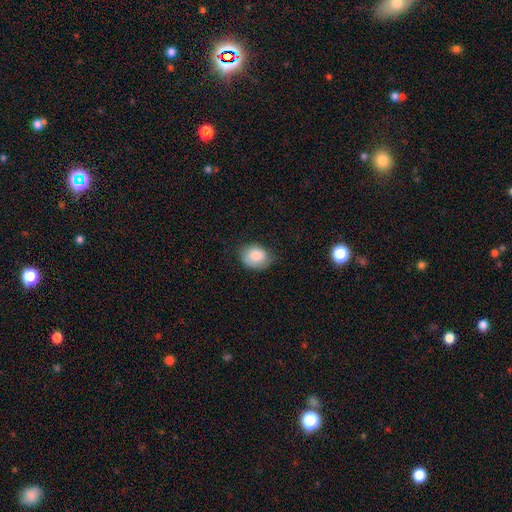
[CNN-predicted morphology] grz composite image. It shows a smooth galaxy with no disk features (83%) that is in between round and cigar-shaped (53%). Merging: none (62%).